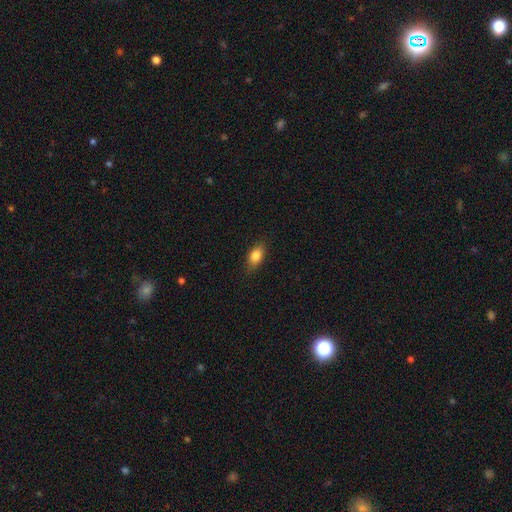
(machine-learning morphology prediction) A smooth galaxy with no disk features (84%) that is in between round and cigar-shaped (85%). Merging: none (84%).